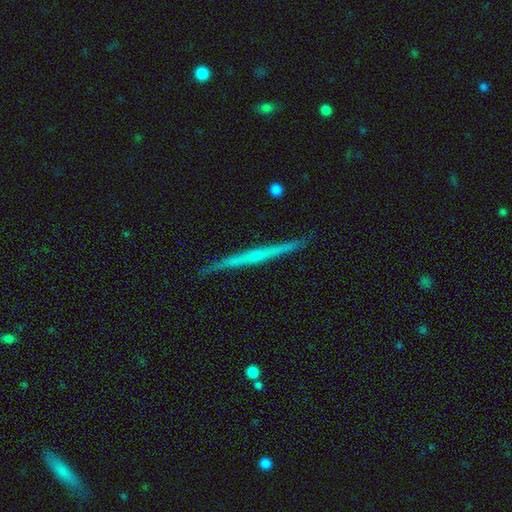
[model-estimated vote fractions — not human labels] A featured or disk galaxy (62%) viewed edge-on (98%) with no central bulge (79%).

Vote fractions:
- Smooth or featured? featured or disk: 62% / smooth: 31% / star or artifact: 6%
- Edge-on disk? yes: 98% / no: 2%
- Edge-on bulge? none: 79% / rounded: 15% / boxy: 7%
- Merging? none: 90% / minor disturbance: 7% / major disturbance: 1% / merger: 1%